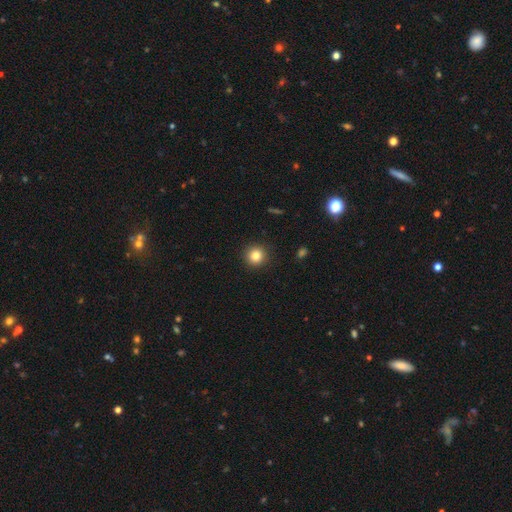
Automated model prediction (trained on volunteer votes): This is clearly a smooth galaxy (83%). How rounded: clearly round (94%). Merging: clearly none (92%).